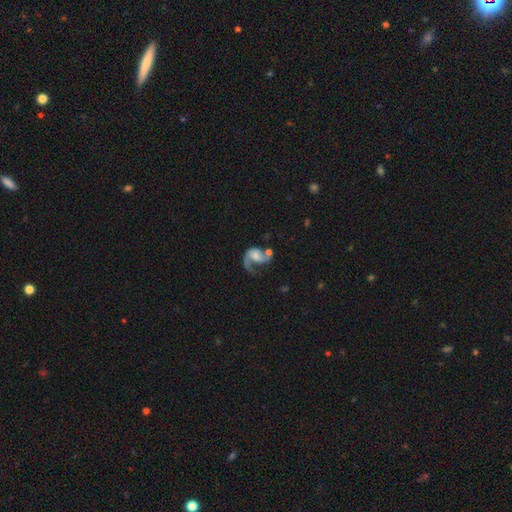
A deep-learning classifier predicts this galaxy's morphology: Smooth or featured?
  - featured or disk: 75% *
  - smooth: 17%
  - star or artifact: 7%
Edge-on disk?
  - no: 98% *
  - yes: 2%
Bar?
  - no: 60% *
  - weak: 32%
  - strong: 8%
Spiral arms?
  - yes: 91% *
  - no: 9%
Spiral winding?
  - loose: 53% *
  - medium: 36%
  - tight: 11%
Spiral arm count?
  - 1: 49% *
  - 2: 45%
  - can't tell: 3%
  - 3: 1%
  - 4: 1%
  - more than 4: 1%
Bulge size?
  - small: 35% * (tied)
  - moderate: 35% * (tied)
  - none: 18%
  - large: 10%
  - dominant: 2%
Merging?
  - major disturbance: 38% *
  - none: 30%
  - minor disturbance: 16%
  - merger: 16%